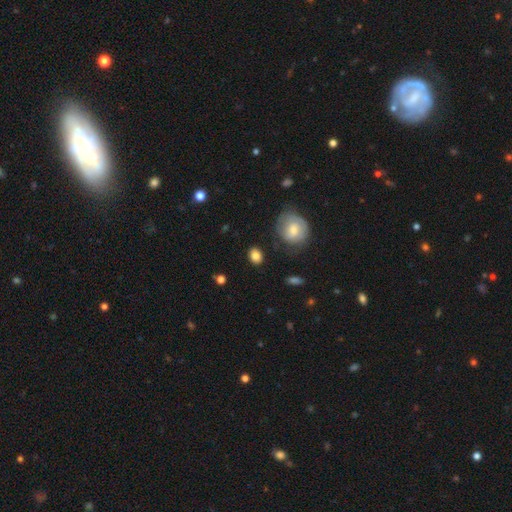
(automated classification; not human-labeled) Smooth or featured?
  - smooth: 83% *
  - featured or disk: 9%
  - star or artifact: 8%
How rounded?
  - in between: 55% *
  - round: 43%
  - cigar-shaped: 1%
Merging?
  - none: 83% *
  - minor disturbance: 11%
  - major disturbance: 4%
  - merger: 2%